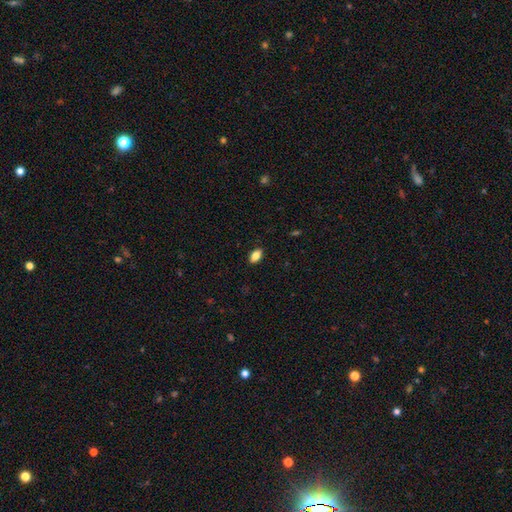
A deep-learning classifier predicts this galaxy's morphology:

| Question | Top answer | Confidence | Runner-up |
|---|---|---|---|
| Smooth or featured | smooth | 85% | star or artifact (8%) |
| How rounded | in between | 91% | round (6%) |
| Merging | none | 88% | minor disturbance (9%) |